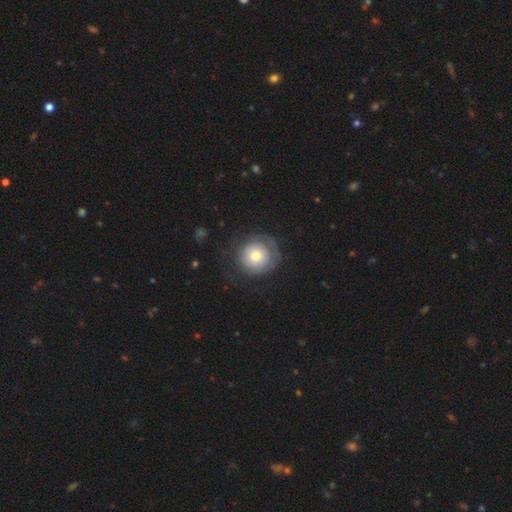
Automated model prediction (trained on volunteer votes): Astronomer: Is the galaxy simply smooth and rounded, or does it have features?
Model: smooth — 57% (runner-up: featured or disk, 36%).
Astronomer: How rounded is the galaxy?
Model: round — 93%.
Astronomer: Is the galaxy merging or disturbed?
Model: none — 65%.